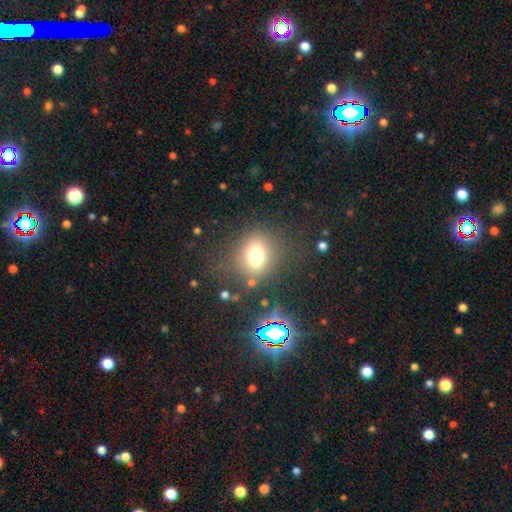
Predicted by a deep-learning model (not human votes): The model was most divided on "how rounded": round: 59%, in between: 40%, cigar-shaped: 2%. More confident: merging — none (77%); smooth or featured — smooth (69%).